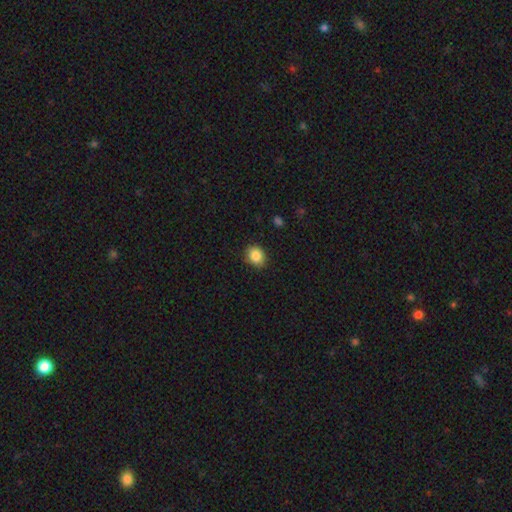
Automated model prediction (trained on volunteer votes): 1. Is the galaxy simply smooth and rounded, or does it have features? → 86% smooth, 9% star or artifact, 5% featured or disk.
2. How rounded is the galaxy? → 61% round, 38% in between, 1% cigar-shaped.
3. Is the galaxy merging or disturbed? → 85% none, 12% minor disturbance, 2% major disturbance, 1% merger.